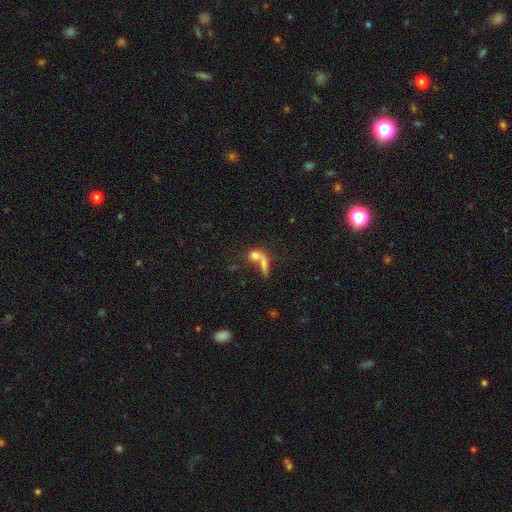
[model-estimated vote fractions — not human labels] Smooth or featured?
  - smooth: 68% *
  - featured or disk: 21%
  - star or artifact: 12%
How rounded?
  - in between: 45% *
  - round: 42%
  - cigar-shaped: 12%
Merging?
  - merger: 59% *
  - none: 22%
  - major disturbance: 11%
  - minor disturbance: 8%